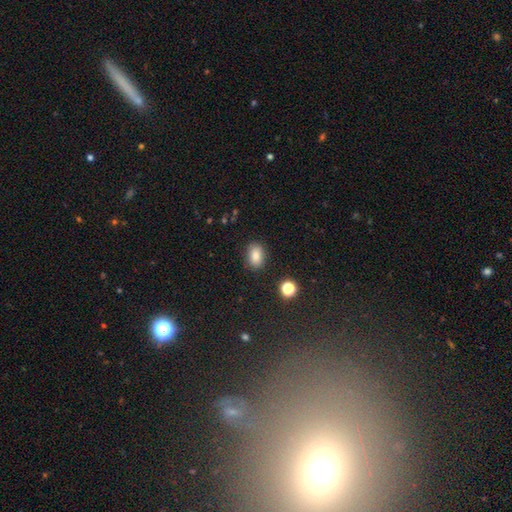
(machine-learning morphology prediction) smooth 84%, star or artifact 10%, featured or disk 6%. Down the decision tree: how rounded — in between (80%); merging — none (85%).